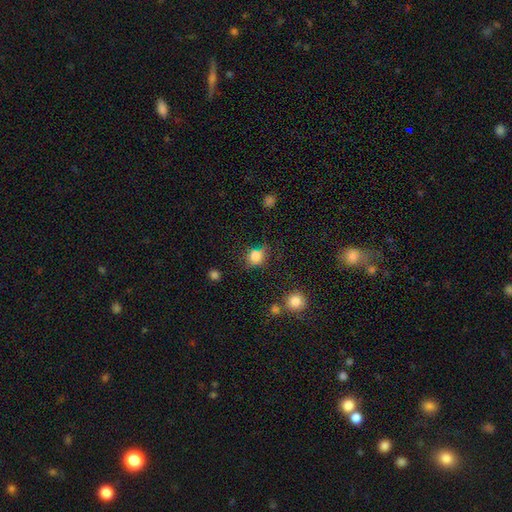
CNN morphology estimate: The model was most divided on "how rounded": round: 67%, in between: 31%, cigar-shaped: 2%. More confident: smooth or featured — smooth (78%); merging — none (66%).